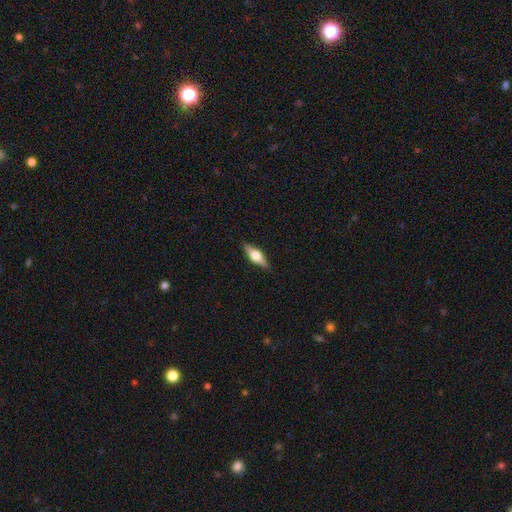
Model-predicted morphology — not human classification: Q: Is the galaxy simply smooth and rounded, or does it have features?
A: featured or disk — 60%.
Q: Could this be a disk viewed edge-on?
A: yes — 96%.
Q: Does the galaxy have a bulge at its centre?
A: rounded — 92%.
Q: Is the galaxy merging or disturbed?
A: none — 88%.